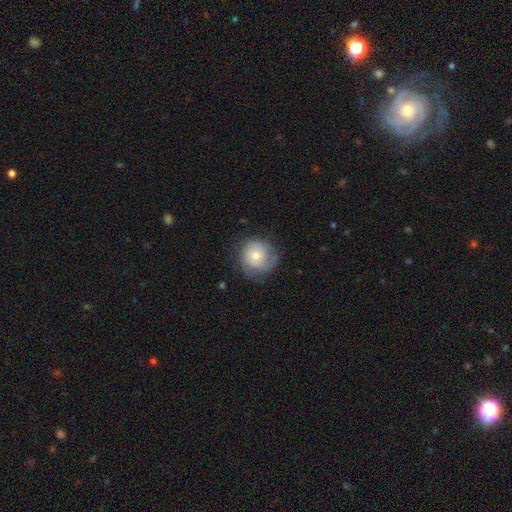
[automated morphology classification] smooth 49%, featured or disk 44%, star or artifact 7%. Down the decision tree: merging — none (65%).